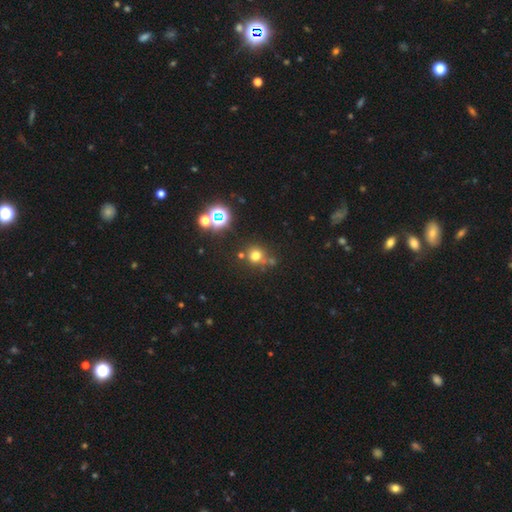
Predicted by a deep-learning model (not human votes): smooth_or_featured: smooth (p=0.68) [alt: star or artifact p=0.24]
how_rounded: round (p=0.87) [alt: in between p=0.12]
merging: none (p=0.62) [alt: merger p=0.16]